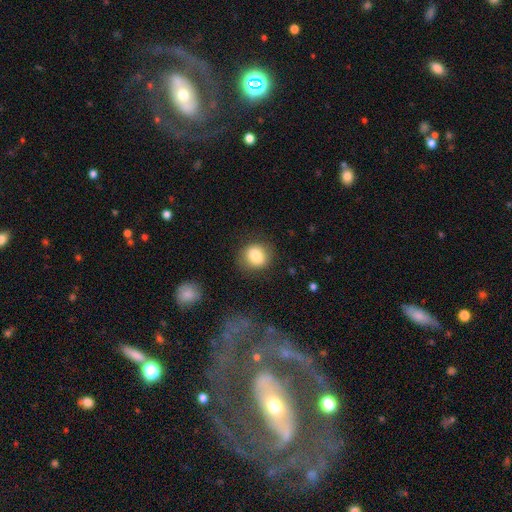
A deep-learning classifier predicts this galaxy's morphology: smooth-or-featured: smooth: 83% | star or artifact: 8% | featured or disk: 8%
  how-rounded: round: 75% | in between: 24% | cigar-shaped: 1%
  merging: none: 82% | minor disturbance: 12% | major disturbance: 4% | merger: 2%